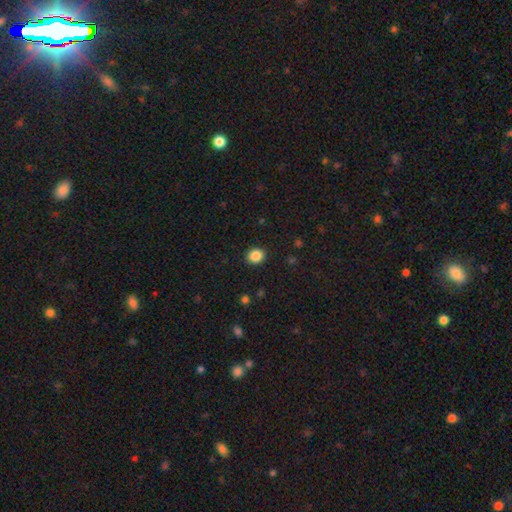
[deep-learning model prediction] Overall: smooth (87%). How rounded: round (71%). Merging: none (91%).